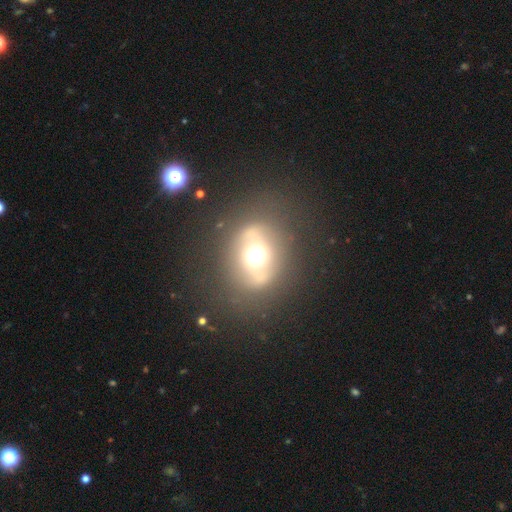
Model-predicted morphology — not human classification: Overall: featured or disk (44%; smooth 40%). Merging: none (77%).